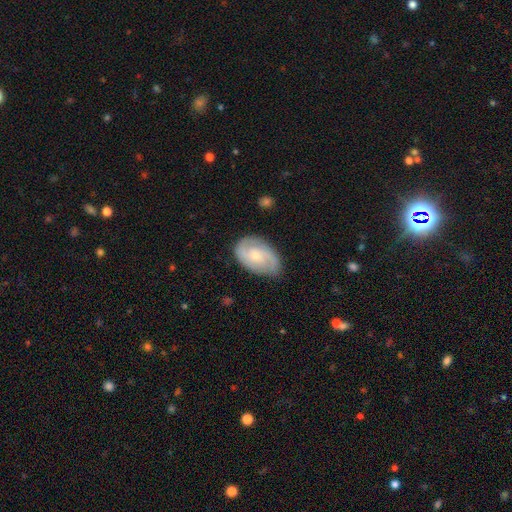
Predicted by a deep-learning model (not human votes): Smooth or featured? featured or disk (68%)
Edge-on disk? no (96%)
Bar? no (65%)
Spiral arms? yes (90%)
Spiral winding? medium (45%)
Spiral arm count? 2 (71%)
Bulge size? small (59%)
Merging? none (73%)